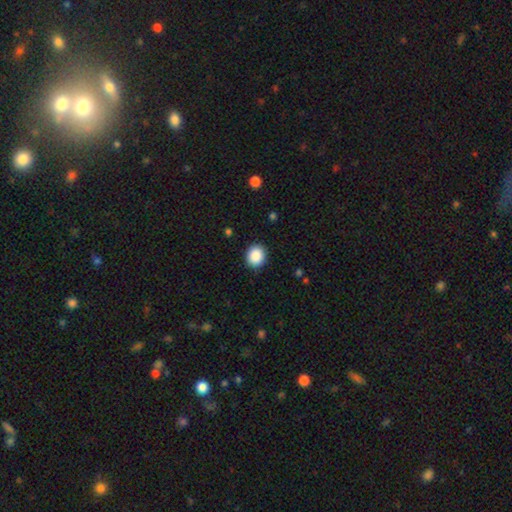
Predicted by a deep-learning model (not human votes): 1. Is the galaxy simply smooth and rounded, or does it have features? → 88% smooth, 9% star or artifact, 3% featured or disk.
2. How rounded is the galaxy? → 75% round, 24% in between, 1% cigar-shaped.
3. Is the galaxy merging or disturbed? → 91% none, 7% minor disturbance, 2% major disturbance, 1% merger.